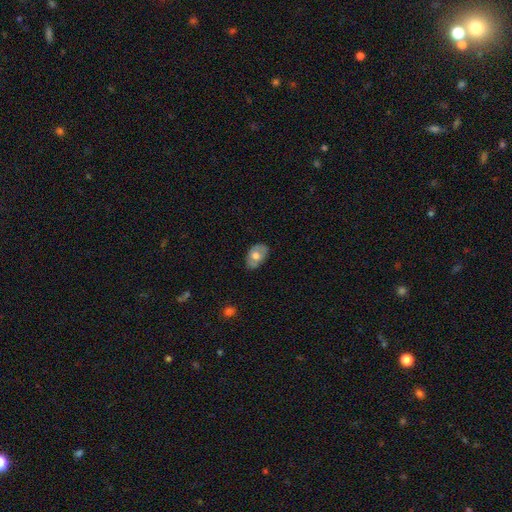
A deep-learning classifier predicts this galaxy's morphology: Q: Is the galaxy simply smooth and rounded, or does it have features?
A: smooth — 59%.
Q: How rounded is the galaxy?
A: in between — 87%.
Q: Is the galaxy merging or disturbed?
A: none — 74%.